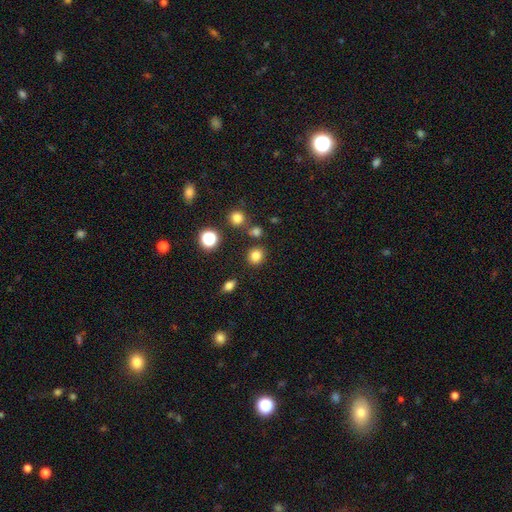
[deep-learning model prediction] This appears to be a smooth galaxy with no disk features (81%) that is round (83%). Merging: none (84%).